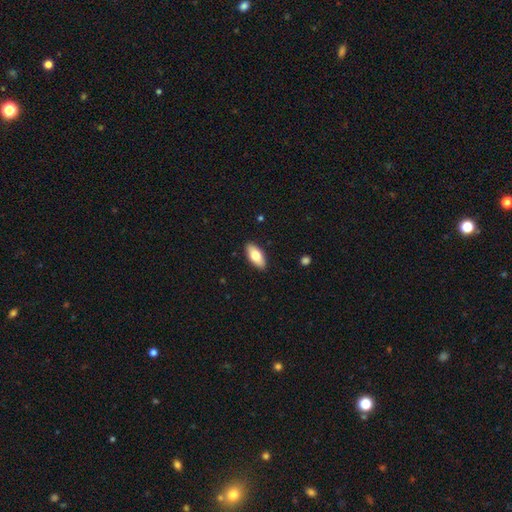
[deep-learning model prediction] A smooth galaxy with no disk features (74%) that is in between round and cigar-shaped (87%).

Vote fractions:
- Smooth or featured? smooth: 74% / featured or disk: 20% / star or artifact: 6%
- How rounded? in between: 87% / cigar-shaped: 10% / round: 3%
- Merging? none: 90% / minor disturbance: 8% / major disturbance: 2% / merger: 1%